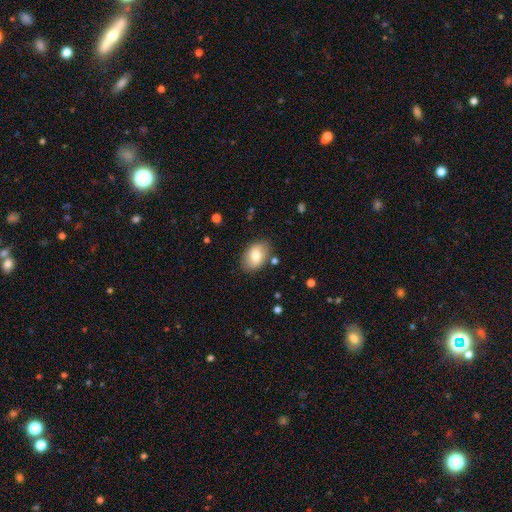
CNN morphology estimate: Smooth or featured? smooth (78%)
How rounded? in between (84%)
Merging? none (83%)